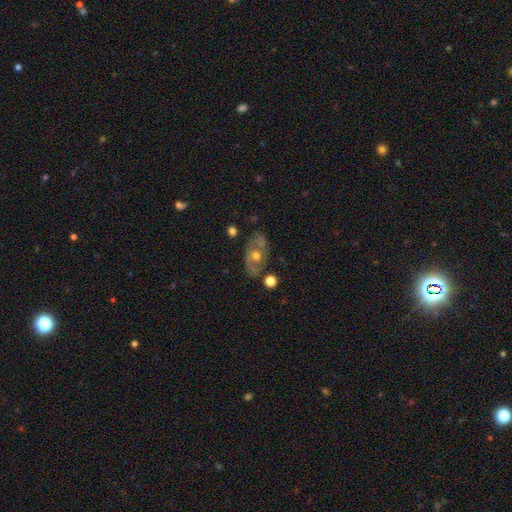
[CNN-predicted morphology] This is possibly a featured or disk galaxy (54%). It is clearly not viewed edge-on (91%). Merging: likely none (65%).